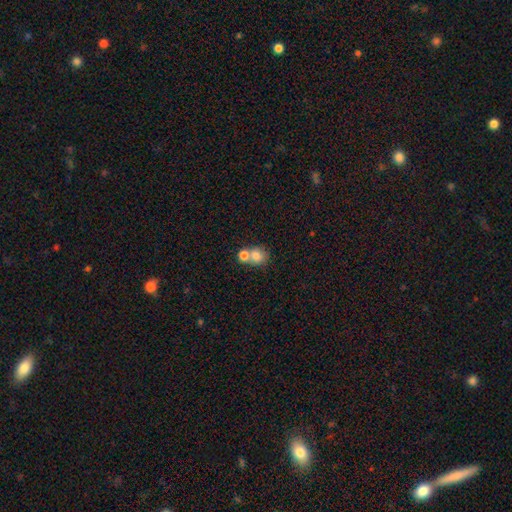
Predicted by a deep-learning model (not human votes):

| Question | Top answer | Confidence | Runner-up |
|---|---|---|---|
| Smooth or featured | smooth | 78% | featured or disk (12%) |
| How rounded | round | 72% | in between (27%) |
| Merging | merger | 51% | none (38%) |